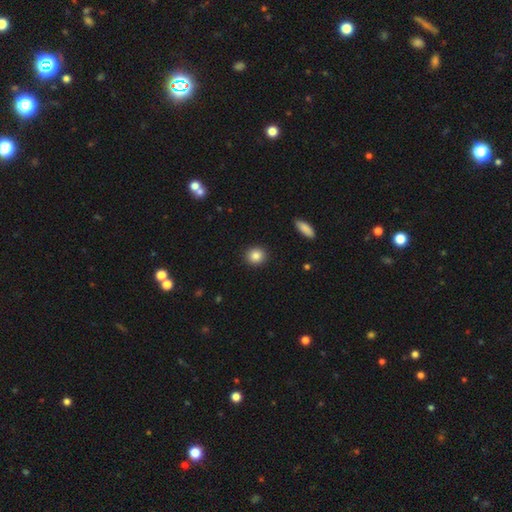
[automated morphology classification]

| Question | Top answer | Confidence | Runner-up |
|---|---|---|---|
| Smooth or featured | smooth | 85% | star or artifact (9%) |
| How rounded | round | 85% | in between (14%) |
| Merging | none | 92% | minor disturbance (5%) |